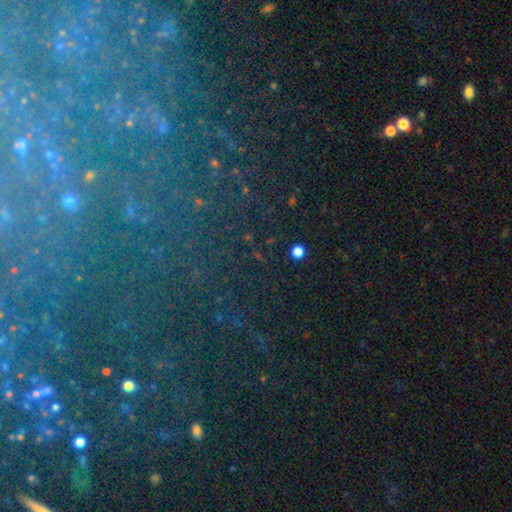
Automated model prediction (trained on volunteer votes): A star or artifact, not a galaxy (65%).